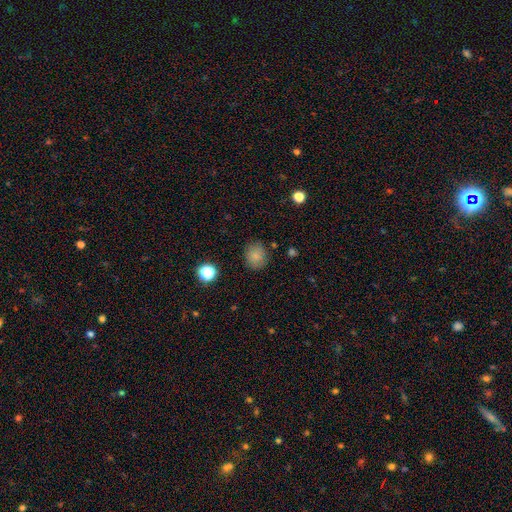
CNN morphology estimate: This is clearly a smooth galaxy (82%). How rounded: likely round (73%). Merging: clearly none (83%).